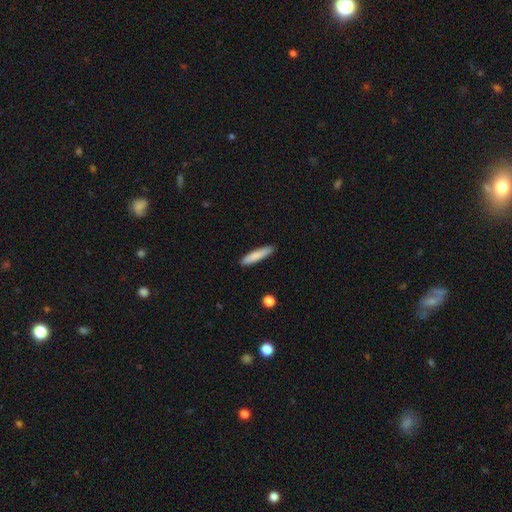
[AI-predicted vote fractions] The model was most divided on "smooth or featured": smooth: 82%, featured or disk: 12%, star or artifact: 6%. More confident: merging — none (90%); how rounded — cigar-shaped (89%).